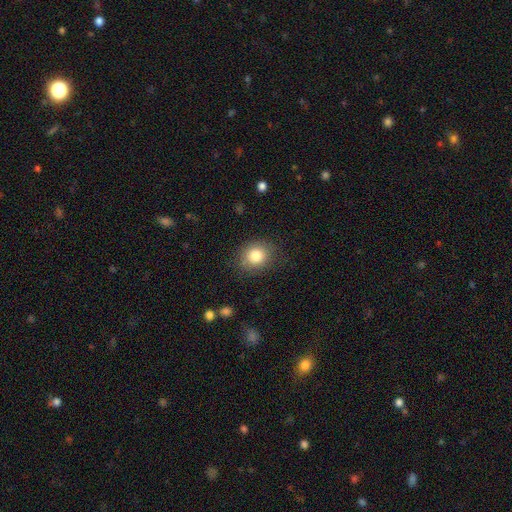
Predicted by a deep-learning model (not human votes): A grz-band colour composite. It shows a smooth galaxy with no disk features (82%) that is round (67%). Merging: none (82%).